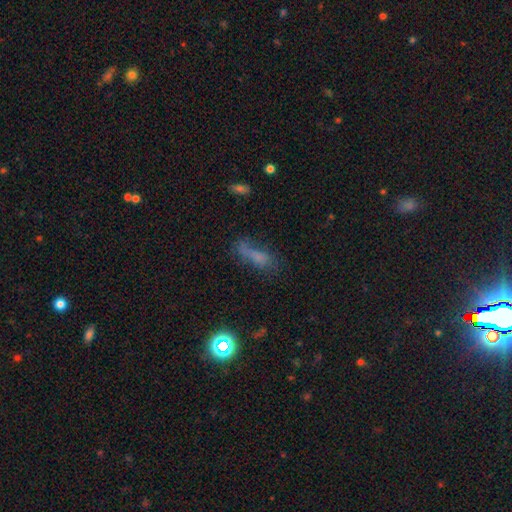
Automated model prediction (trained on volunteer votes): Smooth or featured? smooth (59%)
How rounded? in between (51%)
Merging? none (42%)